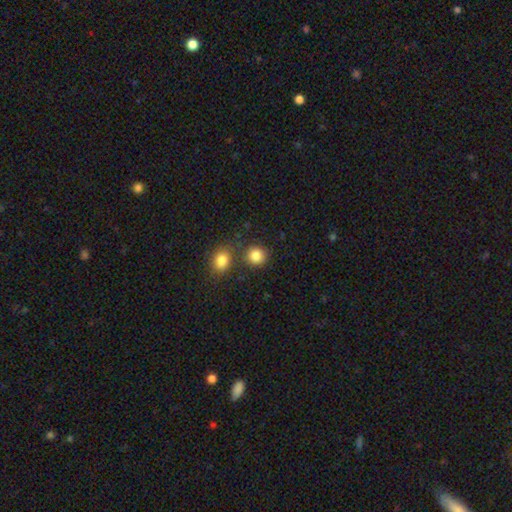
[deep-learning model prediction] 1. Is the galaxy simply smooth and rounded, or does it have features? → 85% smooth, 10% star or artifact, 5% featured or disk.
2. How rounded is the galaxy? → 84% round, 15% in between, 1% cigar-shaped.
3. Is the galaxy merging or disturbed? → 74% none, 14% merger, 9% minor disturbance, 3% major disturbance.